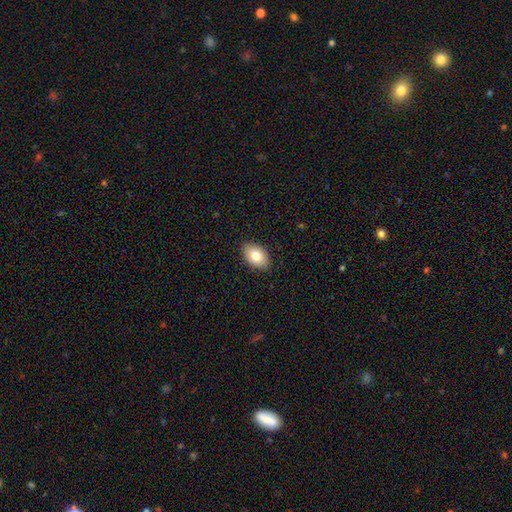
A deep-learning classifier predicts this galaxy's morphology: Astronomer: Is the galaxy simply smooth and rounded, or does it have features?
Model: smooth — 80%.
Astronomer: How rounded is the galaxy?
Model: in between — 88%.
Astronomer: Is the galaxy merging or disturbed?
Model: none — 87%.